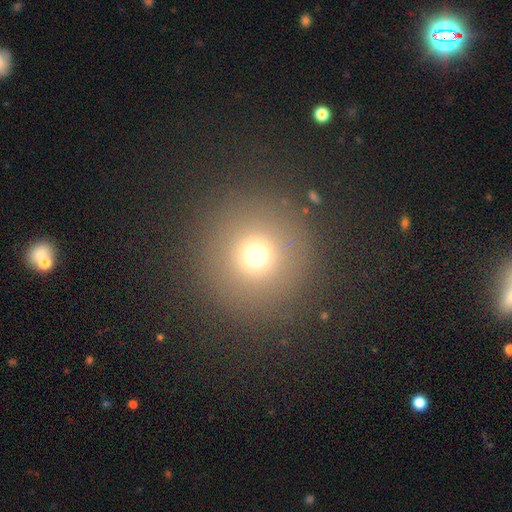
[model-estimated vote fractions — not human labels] smooth-or-featured: smooth: 67% | star or artifact: 24% | featured or disk: 9%
  how-rounded: round: 95% | in between: 4% | cigar-shaped: 1%
  merging: none: 86% | minor disturbance: 6% | major disturbance: 5% | merger: 2%